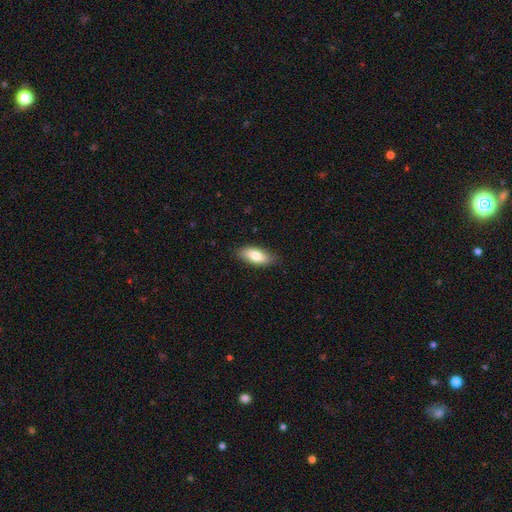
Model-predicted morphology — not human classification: smooth_or_featured: smooth (p=0.80) [alt: featured or disk p=0.14]
how_rounded: in between (p=0.84) [alt: cigar-shaped p=0.13]
merging: none (p=0.84) [alt: minor disturbance p=0.12]